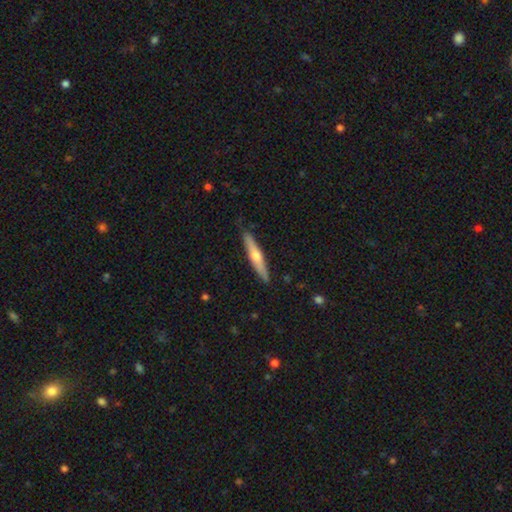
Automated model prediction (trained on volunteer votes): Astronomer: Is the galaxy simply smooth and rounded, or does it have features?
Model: featured or disk — 52% (runner-up: smooth, 43%).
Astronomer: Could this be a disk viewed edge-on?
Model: yes — 95%.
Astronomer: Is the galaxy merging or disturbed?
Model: none — 87%.